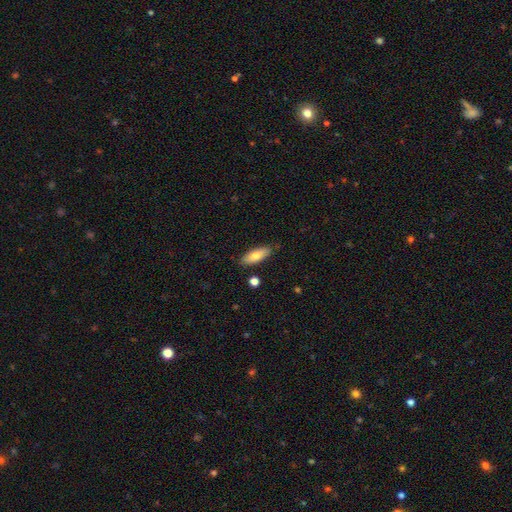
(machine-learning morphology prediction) Smooth or featured? Predicted: smooth (p=0.76). How rounded? Predicted: in between (p=0.69). Merging? Predicted: none (p=0.86).